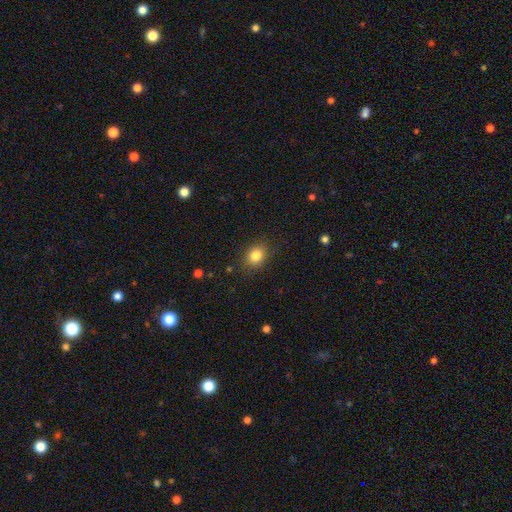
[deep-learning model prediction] smooth-or-featured: smooth: 84% | star or artifact: 10% | featured or disk: 6%
  how-rounded: round: 51% | in between: 48% | cigar-shaped: 1%
  merging: none: 85% | minor disturbance: 11% | major disturbance: 3% | merger: 1%